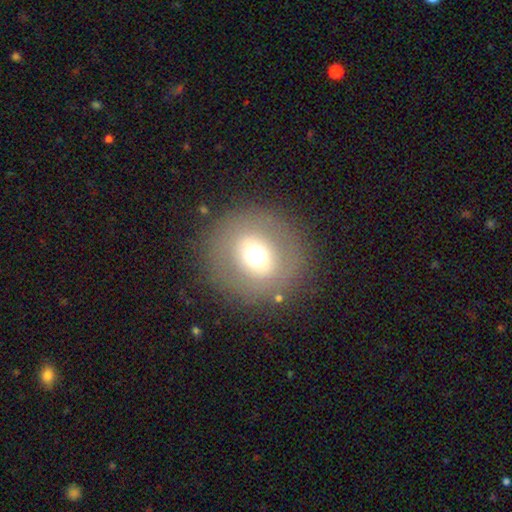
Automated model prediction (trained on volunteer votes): smooth_or_featured: smooth (p=0.60) [alt: featured or disk p=0.23]
how_rounded: round (p=0.88) [alt: in between p=0.11]
merging: none (p=0.85) [alt: minor disturbance p=0.07]